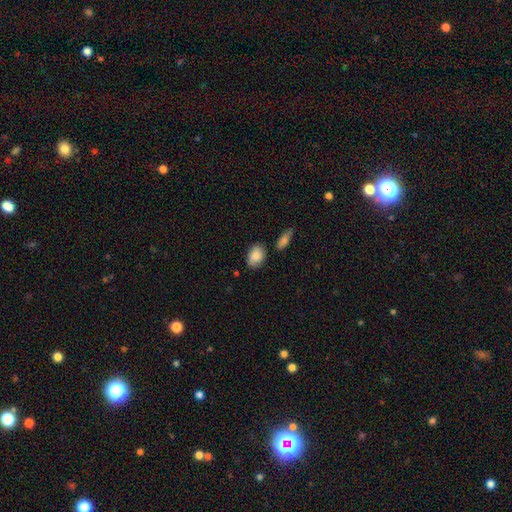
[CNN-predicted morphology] smooth-or-featured: smooth: 85% | featured or disk: 8% | star or artifact: 7%
  how-rounded: in between: 81% | round: 18% | cigar-shaped: 2%
  merging: none: 72% | minor disturbance: 19% | merger: 5% | major disturbance: 4%